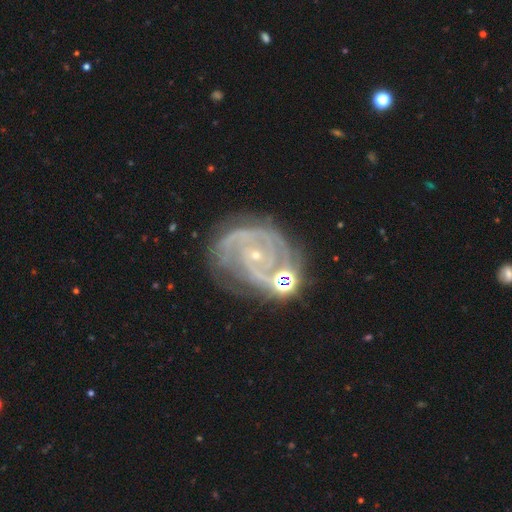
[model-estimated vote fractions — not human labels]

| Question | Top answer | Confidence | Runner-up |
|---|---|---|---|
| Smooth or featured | featured or disk | 87% | star or artifact (8%) |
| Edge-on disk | no | 98% | yes (2%) |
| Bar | no | 67% | weak (24%) |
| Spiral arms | yes | 96% | no (4%) |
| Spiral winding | tight | 61% | medium (32%) |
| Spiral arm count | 2 | 37% | 3 (23%) |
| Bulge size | small | 84% | moderate (13%) |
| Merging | none | 53% | minor disturbance (22%) |